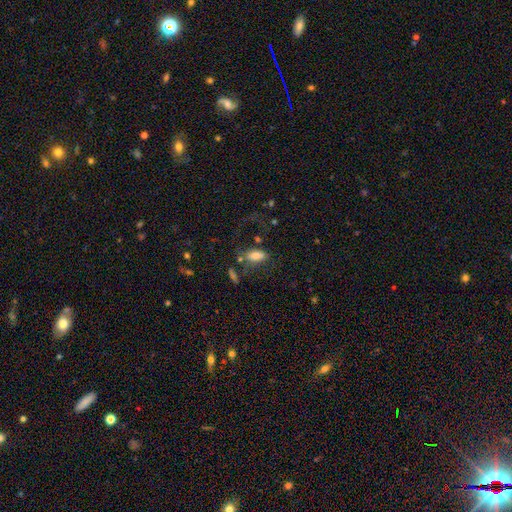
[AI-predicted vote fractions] A smooth galaxy with no disk features (73%) that is in between round and cigar-shaped (87%).

Vote fractions:
- Smooth or featured? smooth: 73% / featured or disk: 16% / star or artifact: 11%
- How rounded? in between: 87% / cigar-shaped: 9% / round: 5%
- Merging? none: 47% / major disturbance: 24% / minor disturbance: 18% / merger: 11%